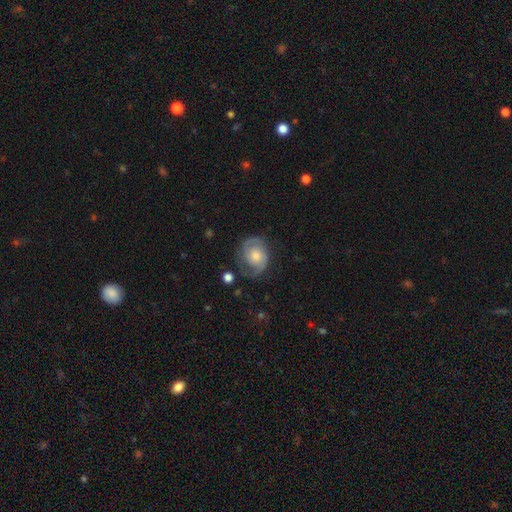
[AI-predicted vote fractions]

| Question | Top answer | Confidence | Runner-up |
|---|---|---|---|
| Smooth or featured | featured or disk | 76% | smooth (18%) |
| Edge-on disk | no | 98% | yes (2%) |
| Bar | no | 72% | weak (24%) |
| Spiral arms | yes | 93% | no (7%) |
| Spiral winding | tight | 43% | medium (41%) |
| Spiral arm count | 2 | 82% | can't tell (7%) |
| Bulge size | moderate | 49% | small (23%) |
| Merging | none | 67% | minor disturbance (20%) |